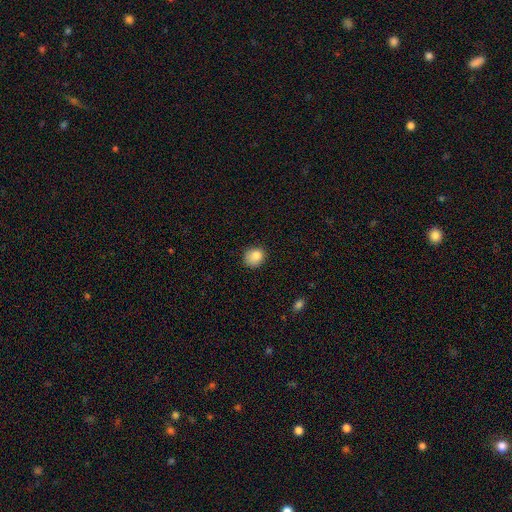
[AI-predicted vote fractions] Morphology: type=smooth (84%); roundness=round (76%); merging=none (73%).